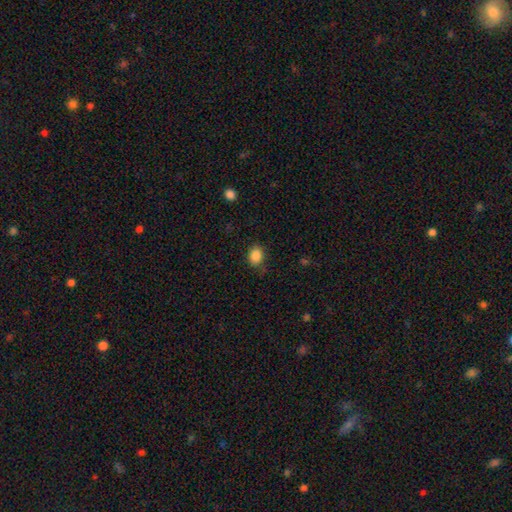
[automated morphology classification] smooth_or_featured: smooth (p=0.86) [alt: star or artifact p=0.10]
how_rounded: in between (p=0.61) [alt: round p=0.38]
merging: none (p=0.76) [alt: minor disturbance p=0.18]